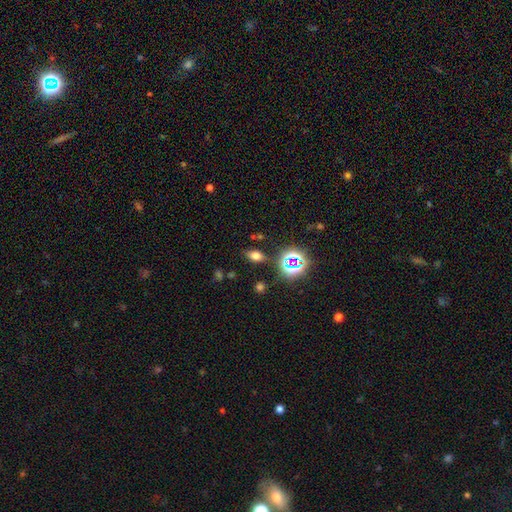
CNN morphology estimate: This appears to be a smooth galaxy with no disk features (63%) that is in between round and cigar-shaped (82%). Merging: none (83%).